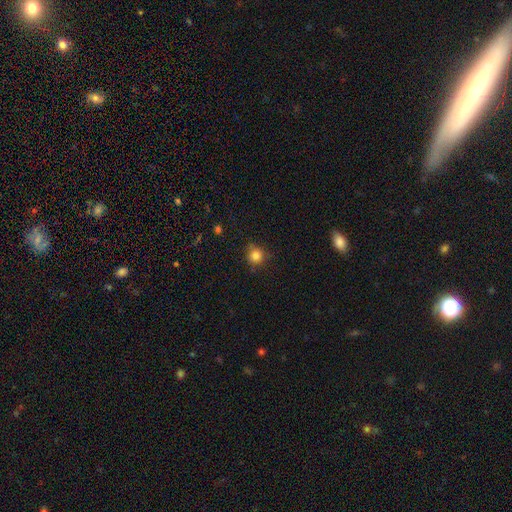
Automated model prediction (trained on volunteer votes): A smooth galaxy with no disk features (83%) that is round (92%).

Vote fractions:
- Smooth or featured? smooth: 83% / star or artifact: 12% / featured or disk: 5%
- How rounded? round: 92% / in between: 7% / cigar-shaped: 1%
- Merging? none: 79% / minor disturbance: 16% / major disturbance: 3% / merger: 2%